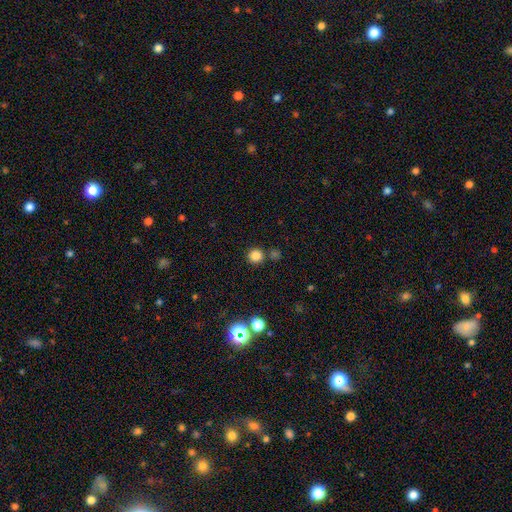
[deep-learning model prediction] smooth 82%, star or artifact 14%, featured or disk 4%. Down the decision tree: how rounded — round (94%); merging — none (82%).